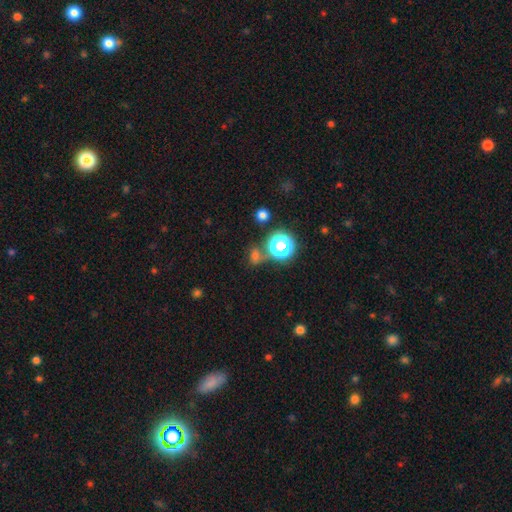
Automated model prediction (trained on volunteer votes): Overall: smooth (54%; star or artifact 37%). How rounded: round (60%; in between 36%). Merging: none (64%).